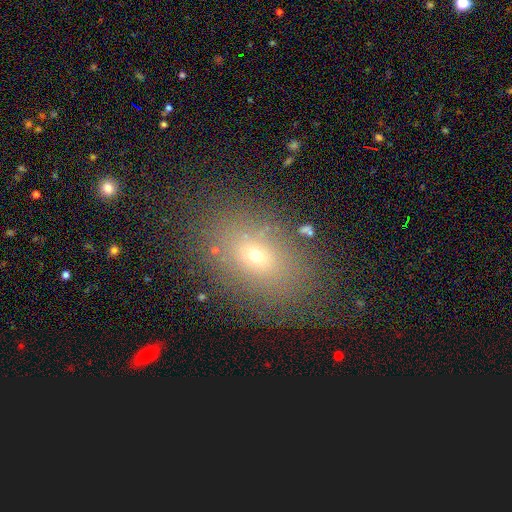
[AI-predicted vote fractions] Morphology: type=smooth (61%); roundness=in between (73%); merging=none (78%).